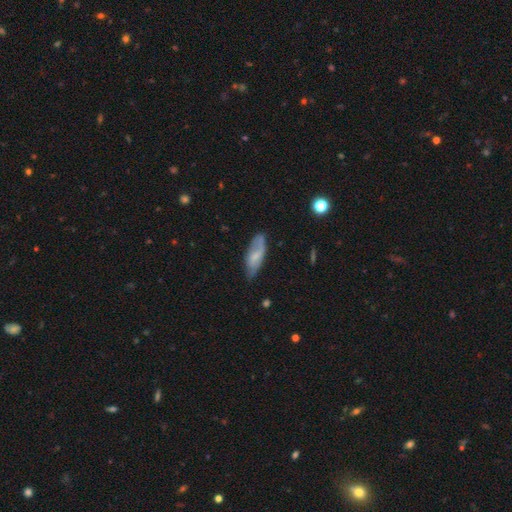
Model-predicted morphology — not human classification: smooth 54%, featured or disk 40%, star or artifact 7%. Down the decision tree: how rounded — in between (72%); merging — none (67%).